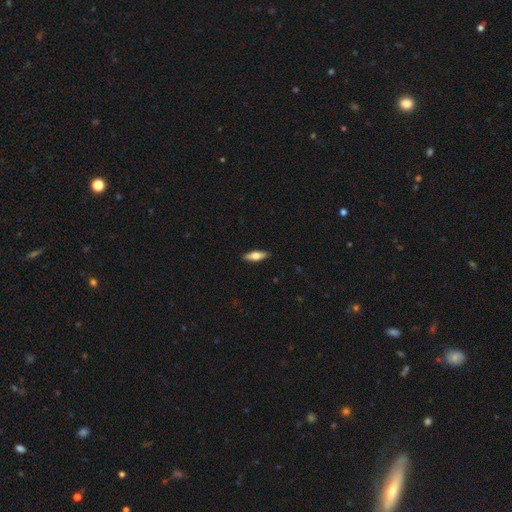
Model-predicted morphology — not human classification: Overall: smooth (62%; featured or disk 32%). How rounded: in between (56%; cigar-shaped 41%). Merging: none (90%).